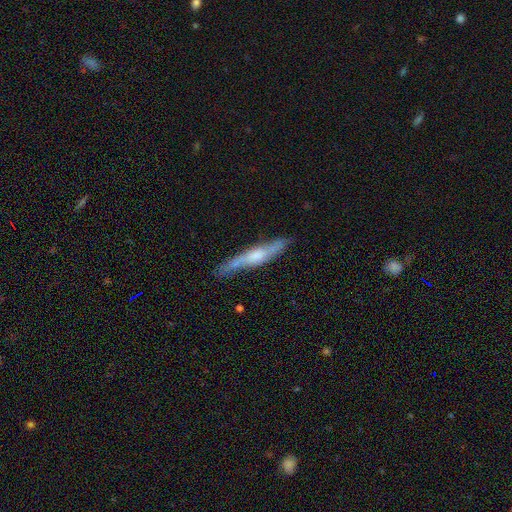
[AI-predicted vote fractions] This is likely a featured or disk galaxy (63%). It is clearly viewed edge-on (85%). Edge-on bulge: likely rounded (60%). Merging: likely none (78%).